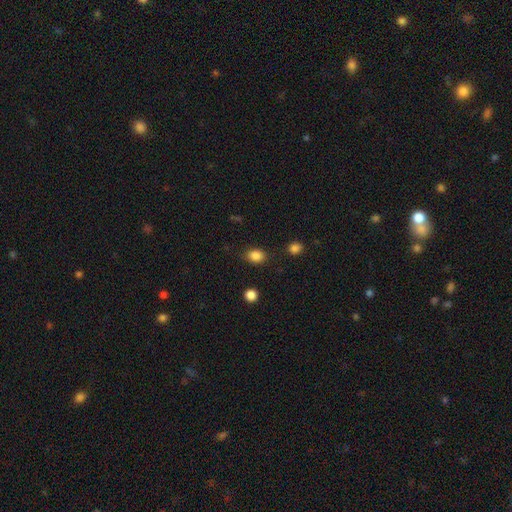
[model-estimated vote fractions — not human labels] This appears to be a smooth galaxy with no disk features (85%) that is in between round and cigar-shaped (66%). Merging: none (84%).